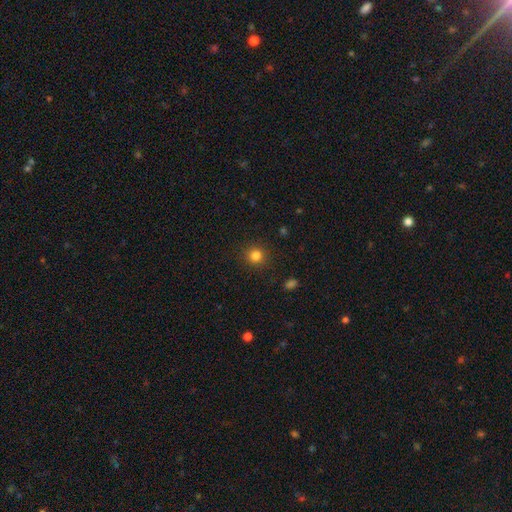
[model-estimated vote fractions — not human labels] Q: Smooth or featured?
A: smooth (83%); runner-up: star or artifact (13%)
Q: How rounded?
A: round (91%); runner-up: in between (8%)
Q: Merging?
A: none (90%); runner-up: minor disturbance (7%)